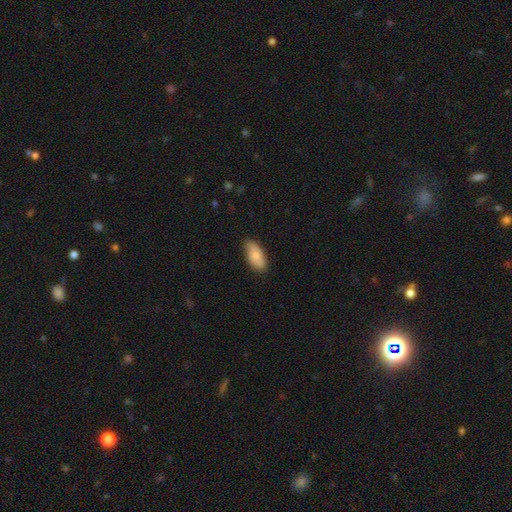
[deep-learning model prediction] Smooth or featured: smooth — 77% (featured or disk — 17%)
How rounded: in between — 91% (cigar-shaped — 7%)
Merging: none — 79% (minor disturbance — 17%)